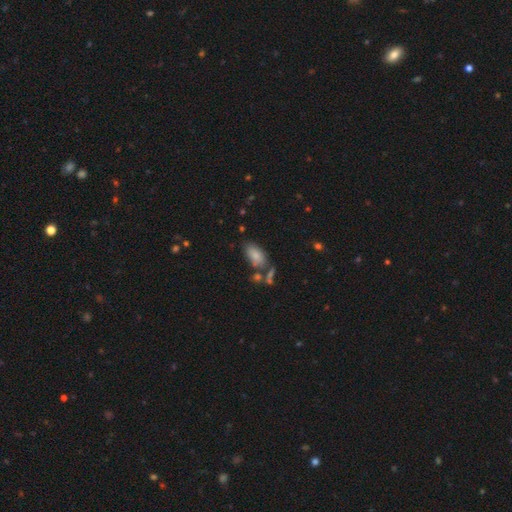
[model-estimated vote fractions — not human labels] smooth_or_featured: smooth (p=0.82) [alt: featured or disk p=0.09]
how_rounded: in between (p=0.92) [alt: cigar-shaped p=0.04]
merging: none (p=0.62) [alt: minor disturbance p=0.18]